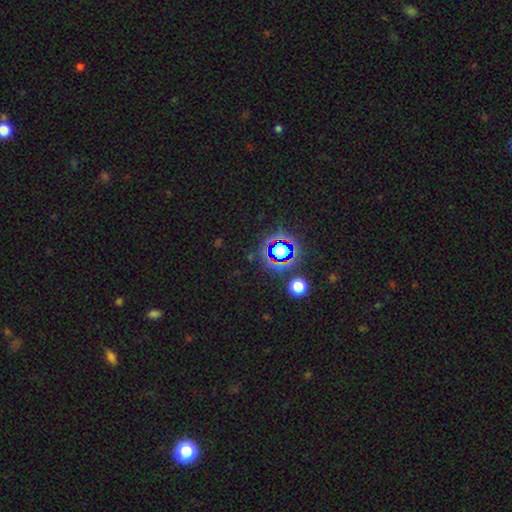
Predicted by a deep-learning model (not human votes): smooth-or-featured: star or artifact: 74% | smooth: 18% | featured or disk: 8%